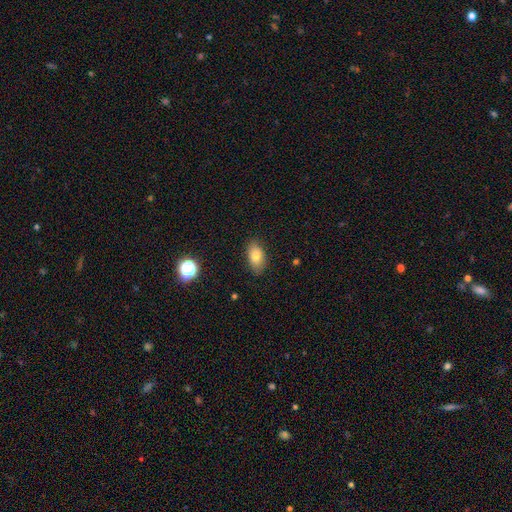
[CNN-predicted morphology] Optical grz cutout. It shows a smooth galaxy with no disk features (82%) that is in between round and cigar-shaped (91%). Merging: none (84%).